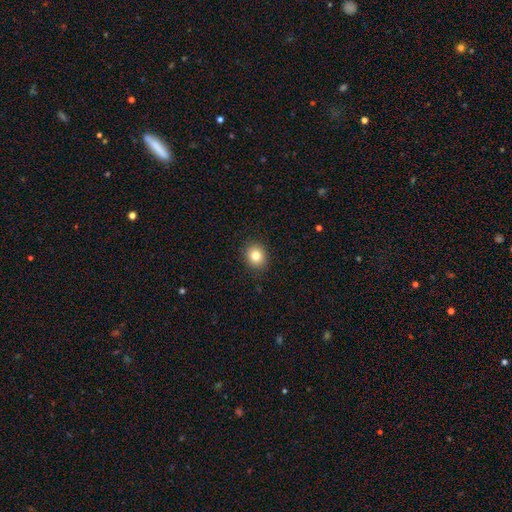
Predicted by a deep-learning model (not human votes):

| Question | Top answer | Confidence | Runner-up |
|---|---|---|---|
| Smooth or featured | smooth | 82% | star or artifact (10%) |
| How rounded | round | 71% | in between (29%) |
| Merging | none | 89% | minor disturbance (8%) |